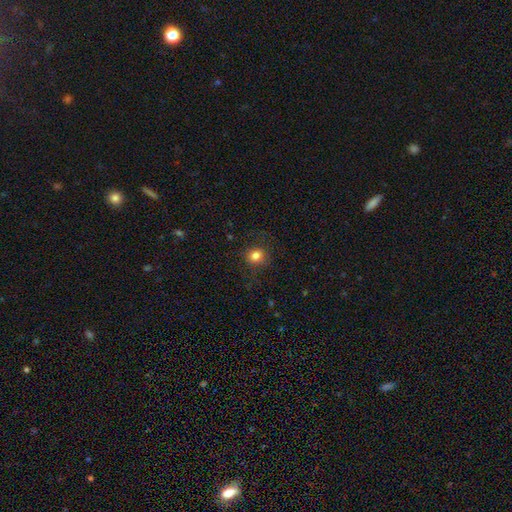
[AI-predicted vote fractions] Smooth or featured?
  - smooth: 81% *
  - star or artifact: 12%
  - featured or disk: 7%
How rounded?
  - round: 79% *
  - in between: 20%
  - cigar-shaped: 1%
Merging?
  - none: 83% *
  - minor disturbance: 11%
  - major disturbance: 4%
  - merger: 1%